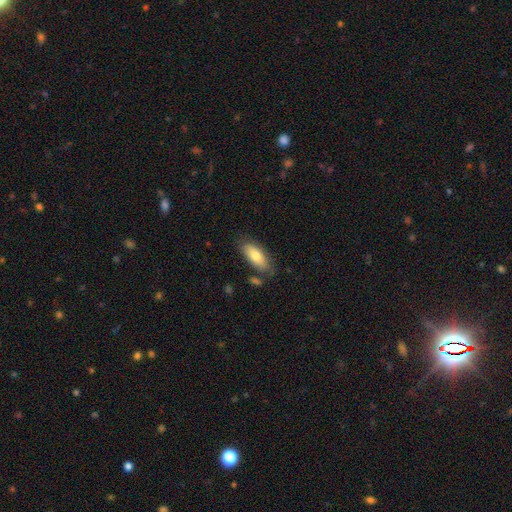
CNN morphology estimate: Overall: smooth (75%). How rounded: in between (81%). Merging: none (76%).